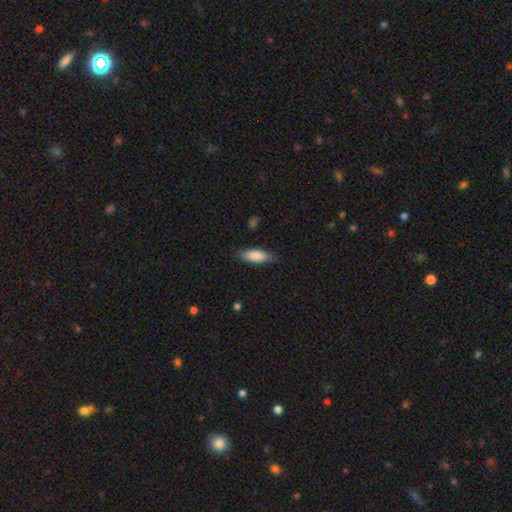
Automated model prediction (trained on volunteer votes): This is clearly a smooth galaxy (86%). How rounded: likely in between (68%). Merging: clearly none (83%).